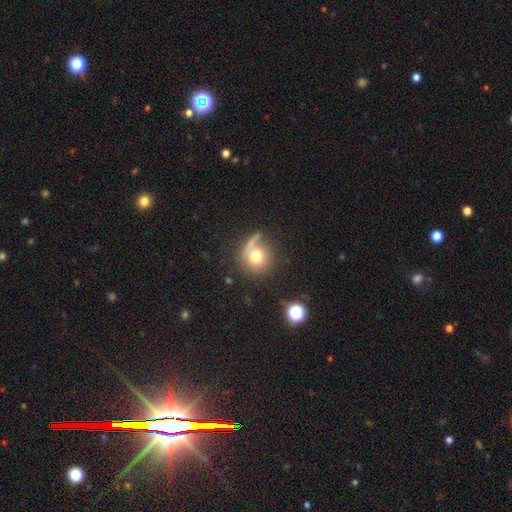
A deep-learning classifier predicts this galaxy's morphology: Overall: smooth (69%). How rounded: round (88%). Merging: none (55%; minor disturbance 17%).